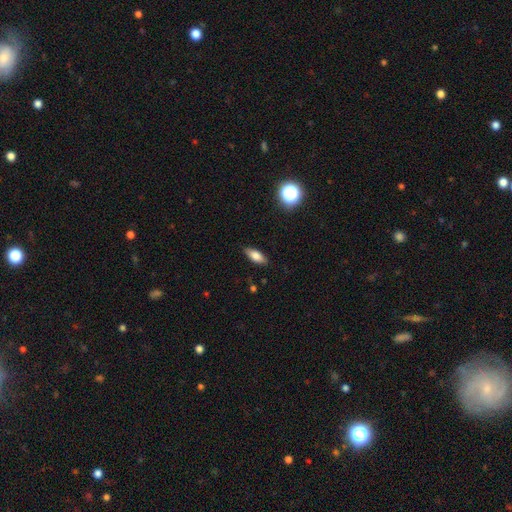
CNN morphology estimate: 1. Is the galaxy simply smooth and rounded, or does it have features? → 75% smooth, 16% featured or disk, 9% star or artifact.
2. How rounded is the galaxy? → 76% in between, 20% cigar-shaped, 4% round.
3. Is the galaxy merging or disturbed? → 87% none, 10% minor disturbance, 2% major disturbance, 1% merger.